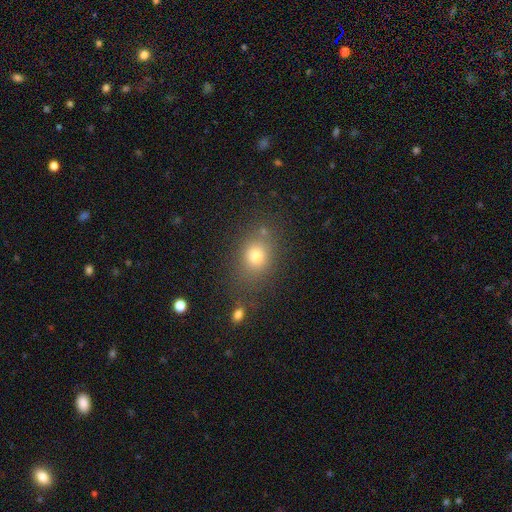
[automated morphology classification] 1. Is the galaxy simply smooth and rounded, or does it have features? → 74% smooth, 15% star or artifact, 11% featured or disk.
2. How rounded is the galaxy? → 53% round, 46% in between, 1% cigar-shaped.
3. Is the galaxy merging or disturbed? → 74% none, 14% minor disturbance, 7% merger, 6% major disturbance.